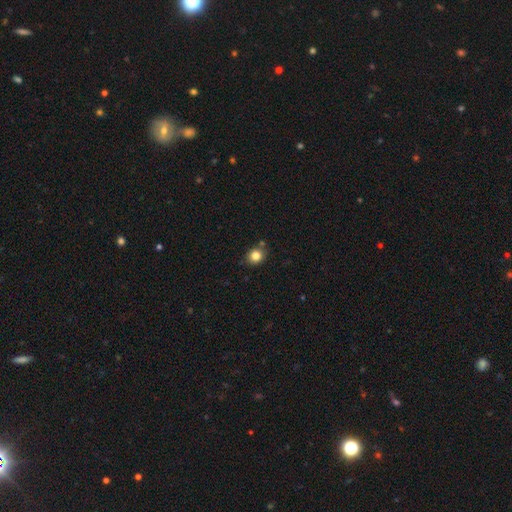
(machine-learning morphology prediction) Smooth or featured?
  - smooth: 83% *
  - star or artifact: 11%
  - featured or disk: 6%
How rounded?
  - round: 76% *
  - in between: 23%
  - cigar-shaped: 1%
Merging?
  - none: 79% *
  - minor disturbance: 11%
  - merger: 7%
  - major disturbance: 3%